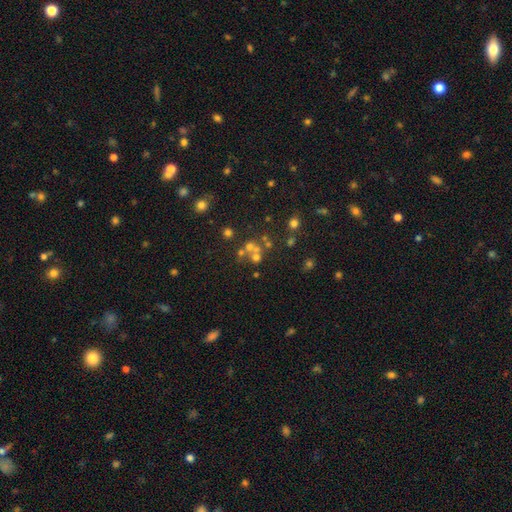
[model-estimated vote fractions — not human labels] smooth 40%, star or artifact 36%, featured or disk 24%. Down the decision tree: merging — none (48%).